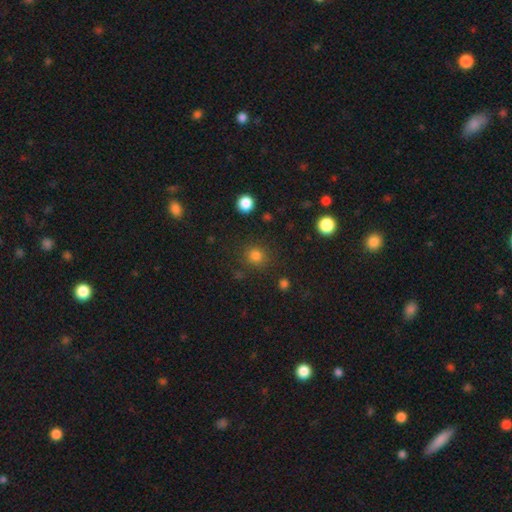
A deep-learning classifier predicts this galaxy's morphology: Smooth or featured? Predicted: smooth (p=0.81). How rounded? Predicted: round (p=0.90). Merging? Predicted: none (p=0.85).